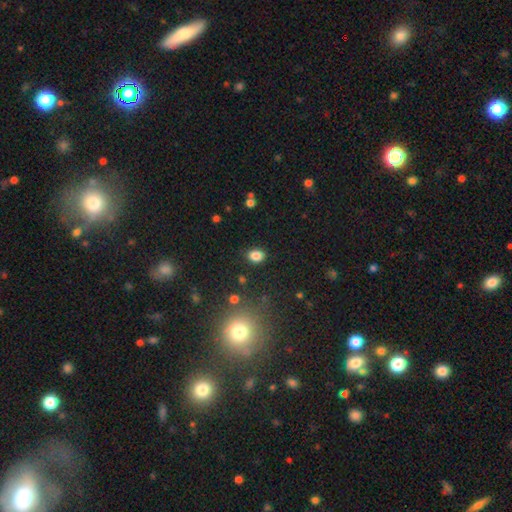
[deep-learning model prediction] Smooth or featured?
  - smooth: 84% *
  - star or artifact: 11%
  - featured or disk: 5%
How rounded?
  - in between: 67% *
  - round: 32%
  - cigar-shaped: 1%
Merging?
  - none: 86% *
  - minor disturbance: 9%
  - major disturbance: 3%
  - merger: 2%